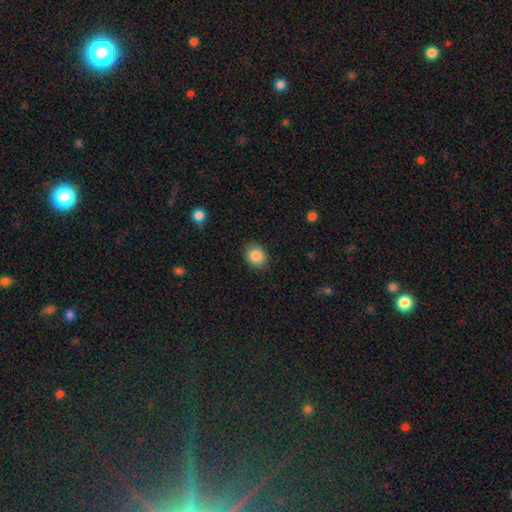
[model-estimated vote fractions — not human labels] This is clearly a smooth galaxy (87%). How rounded: possibly round (57%). Merging: clearly none (86%).